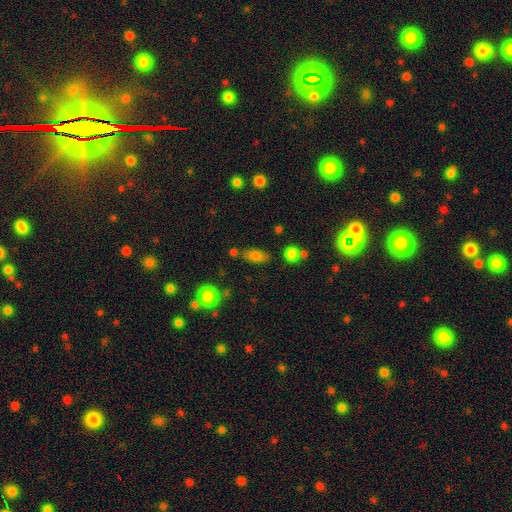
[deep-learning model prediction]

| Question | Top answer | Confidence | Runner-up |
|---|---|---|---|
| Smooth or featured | smooth | 79% | featured or disk (11%) |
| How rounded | in between | 84% | cigar-shaped (10%) |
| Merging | none | 71% | minor disturbance (15%) |